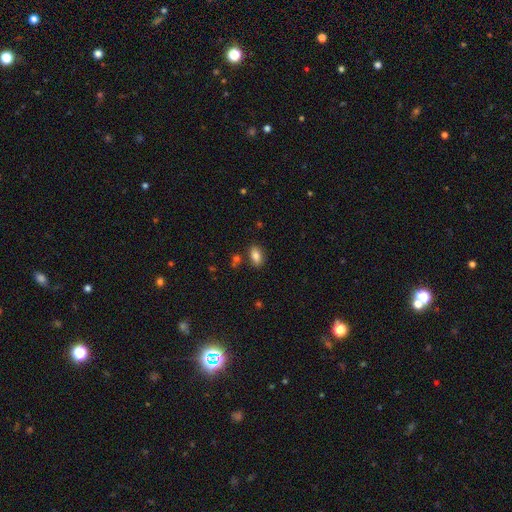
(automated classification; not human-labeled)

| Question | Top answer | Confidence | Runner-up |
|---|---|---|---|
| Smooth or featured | smooth | 82% | featured or disk (9%) |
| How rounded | in between | 89% | round (7%) |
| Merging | none | 83% | minor disturbance (10%) |